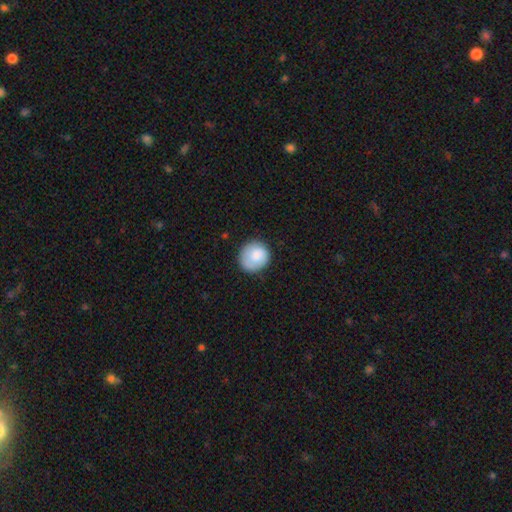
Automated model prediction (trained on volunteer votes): Morphology: type=smooth (84%); roundness=round (84%); merging=none (77%).